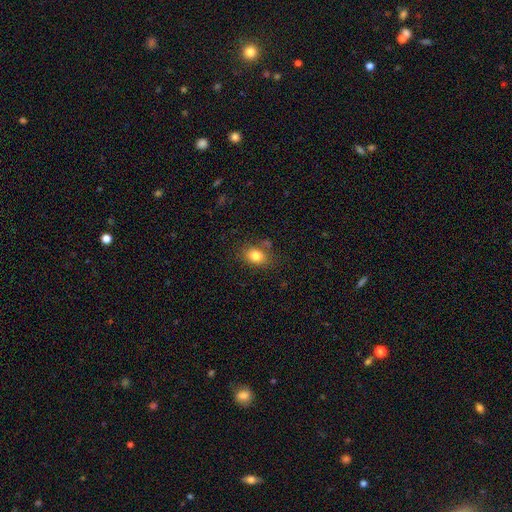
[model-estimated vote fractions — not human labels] Smooth or featured? Predicted: smooth (p=0.82). How rounded? Predicted: in between (p=0.71). Merging? Predicted: none (p=0.74).